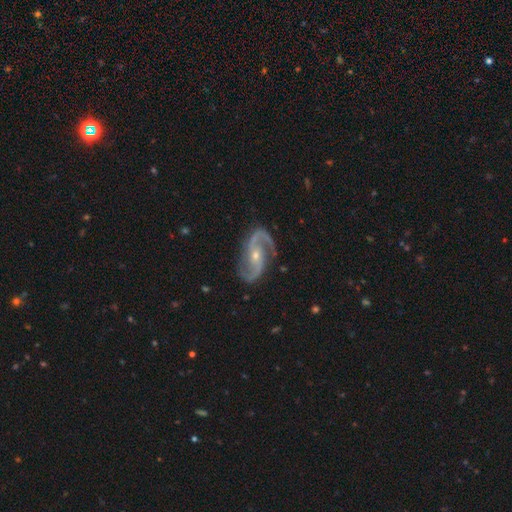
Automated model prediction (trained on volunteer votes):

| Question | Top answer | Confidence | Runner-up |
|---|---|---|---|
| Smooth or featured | featured or disk | 93% | star or artifact (4%) |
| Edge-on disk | no | 97% | yes (3%) |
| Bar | no | 45% | weak (34%) |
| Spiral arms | yes | 98% | no (2%) |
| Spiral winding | medium | 57% | loose (26%) |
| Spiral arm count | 2 | 93% | 3 (2%) |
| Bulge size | small | 61% | moderate (36%) |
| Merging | none | 81% | minor disturbance (13%) |